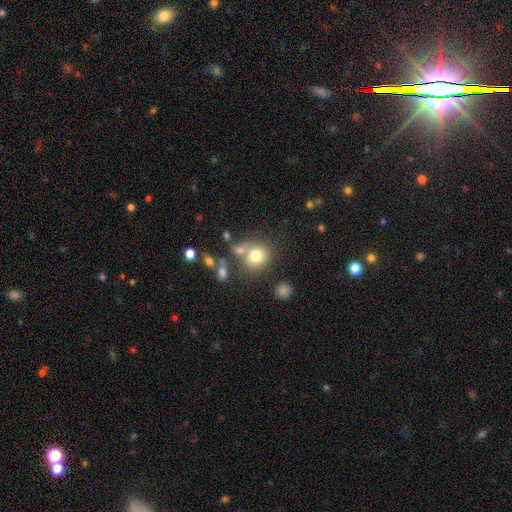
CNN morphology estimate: smooth_or_featured: smooth (p=0.76) [alt: featured or disk p=0.12]
how_rounded: round (p=0.80) [alt: in between p=0.19]
merging: none (p=0.58) [alt: merger p=0.23]